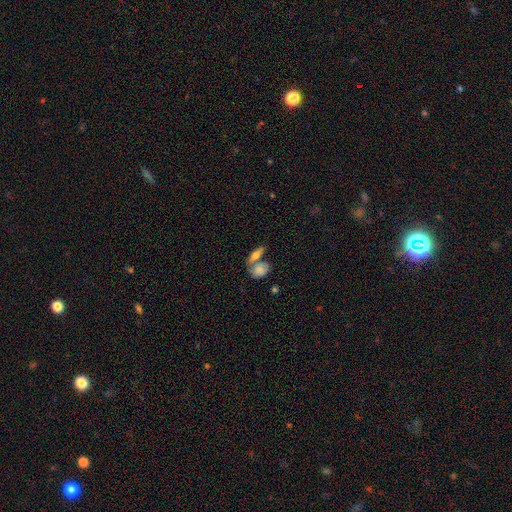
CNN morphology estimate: Smooth or featured?
  - smooth: 68% *
  - featured or disk: 23%
  - star or artifact: 8%
How rounded?
  - in between: 66% *
  - cigar-shaped: 18%
  - round: 17%
Merging?
  - merger: 45% *
  - none: 40%
  - minor disturbance: 10%
  - major disturbance: 5%